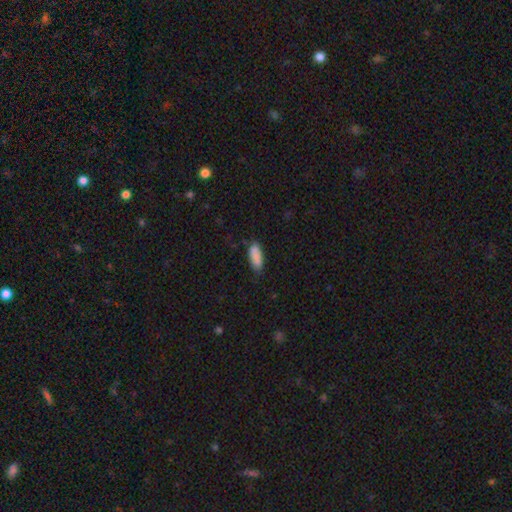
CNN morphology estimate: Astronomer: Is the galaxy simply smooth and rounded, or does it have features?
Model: smooth — 88%.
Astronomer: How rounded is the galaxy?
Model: in between — 72%.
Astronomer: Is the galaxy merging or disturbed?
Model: none — 76%.